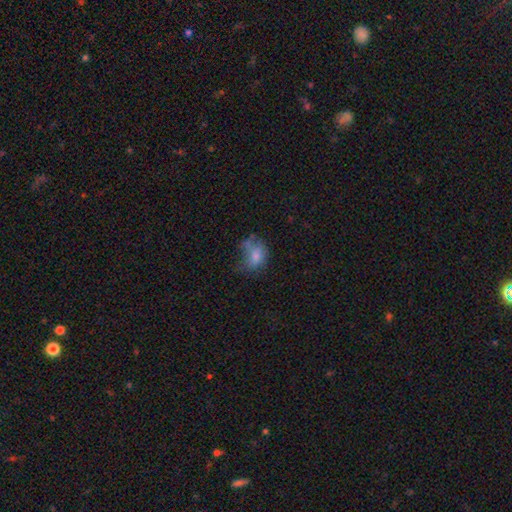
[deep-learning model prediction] smooth 63%, featured or disk 24%, star or artifact 13%. Down the decision tree: how rounded — in between (70%); merging — major disturbance (39%).